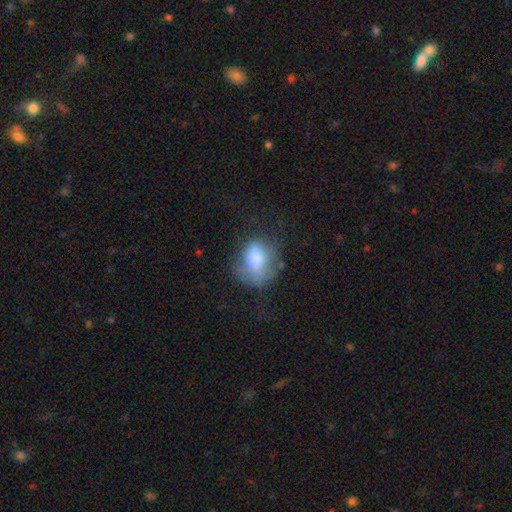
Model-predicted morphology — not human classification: Smooth or featured: smooth — 62% (featured or disk — 26%)
How rounded: in between — 69% (round — 29%)
Merging: none — 50% (minor disturbance — 27%)